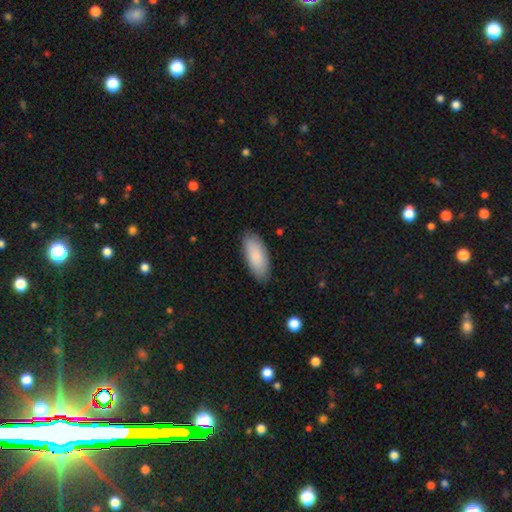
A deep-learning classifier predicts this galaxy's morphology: type=smooth (88%); roundness=in between (82%); merging=none (86%).